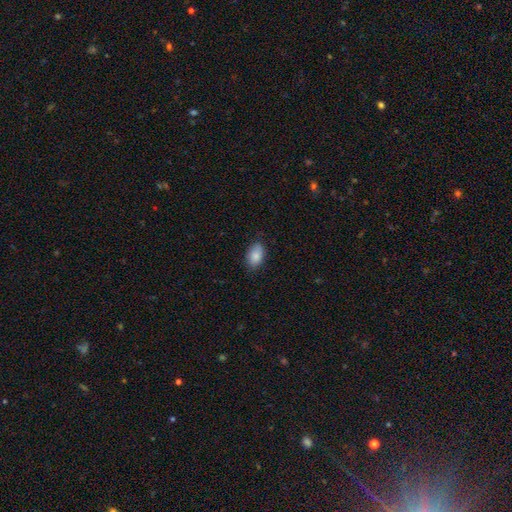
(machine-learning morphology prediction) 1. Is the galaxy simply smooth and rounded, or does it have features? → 87% smooth, 7% star or artifact, 6% featured or disk.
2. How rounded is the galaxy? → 92% in between, 6% round, 2% cigar-shaped.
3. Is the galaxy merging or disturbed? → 81% none, 15% minor disturbance, 3% major disturbance, 1% merger.